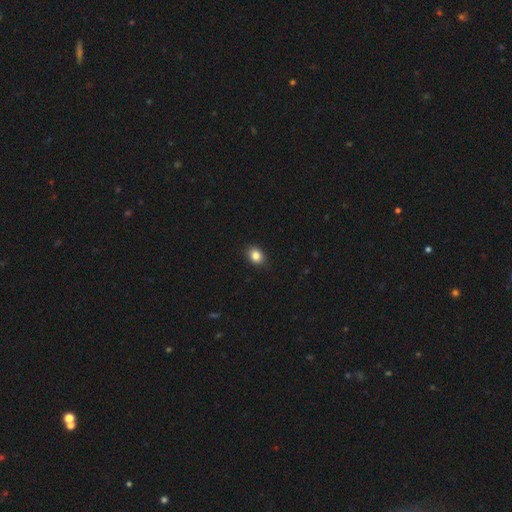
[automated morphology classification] The model was most divided on "how rounded": in between: 52%, round: 47%, cigar-shaped: 1%. More confident: merging — none (89%); smooth or featured — smooth (84%).